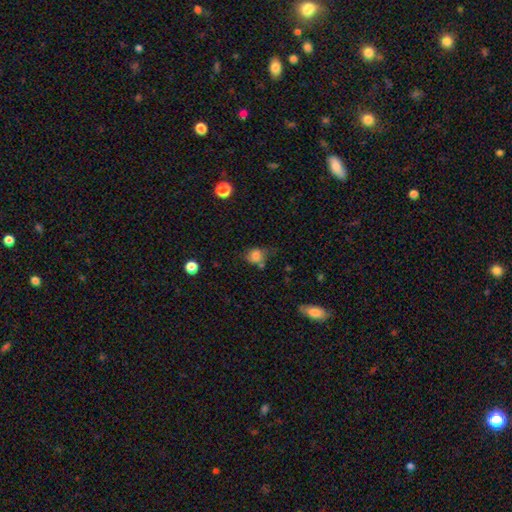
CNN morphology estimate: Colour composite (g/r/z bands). It shows a smooth galaxy with no disk features (80%) that is round (66%). Merging: none (52%).